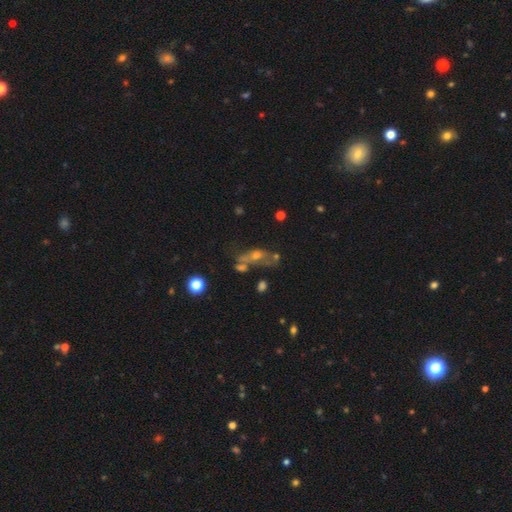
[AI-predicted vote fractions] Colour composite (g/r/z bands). It shows a featured or disk galaxy (42%). Merging: none (34%).